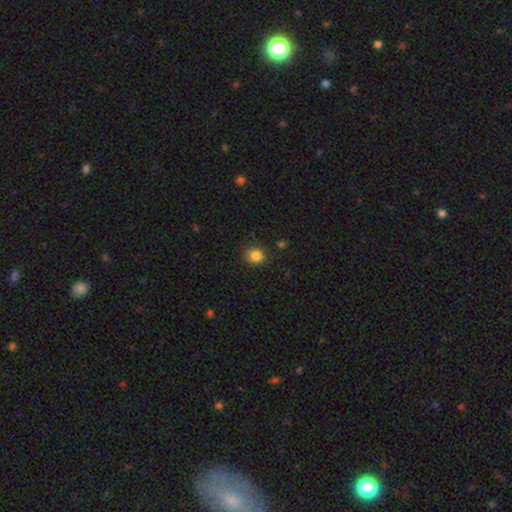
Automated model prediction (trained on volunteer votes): smooth 85%, star or artifact 11%, featured or disk 4%. Down the decision tree: how rounded — round (74%); merging — none (83%).